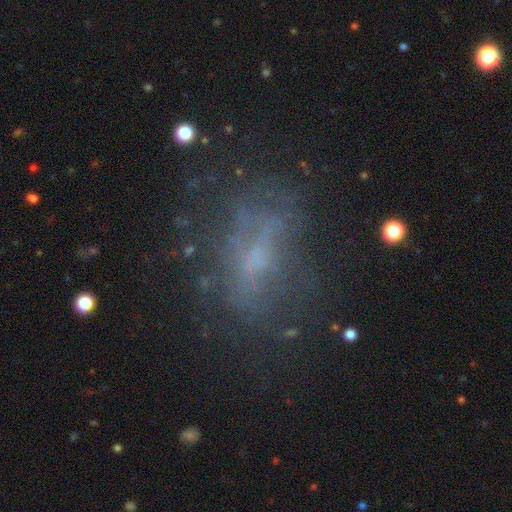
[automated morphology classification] The model was most divided on "smooth or featured": featured or disk: 50%, smooth: 30%, star or artifact: 20%. More confident: merging — none (56%).